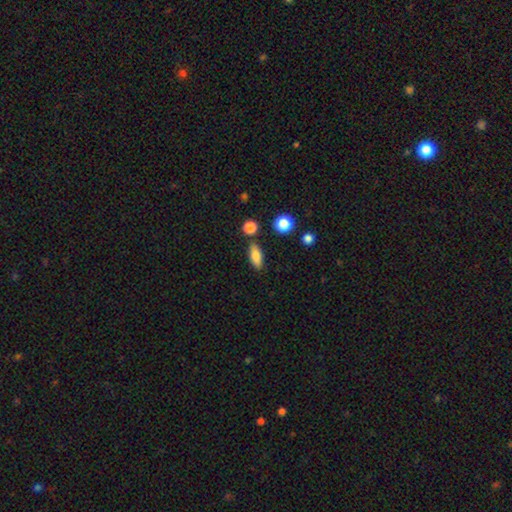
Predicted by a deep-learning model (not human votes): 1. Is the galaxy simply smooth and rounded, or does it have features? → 81% smooth, 11% featured or disk, 8% star or artifact.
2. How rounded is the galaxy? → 75% in between, 19% cigar-shaped, 6% round.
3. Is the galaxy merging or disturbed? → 81% none, 11% minor disturbance, 5% merger, 3% major disturbance.